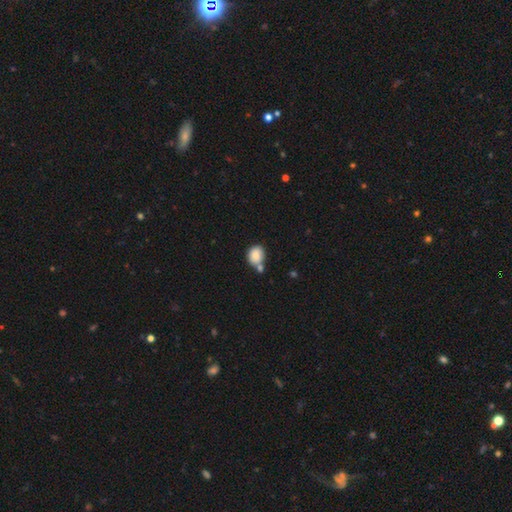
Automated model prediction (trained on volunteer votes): Smooth or featured? smooth (86%)
How rounded? round (54%)
Merging? none (49%)